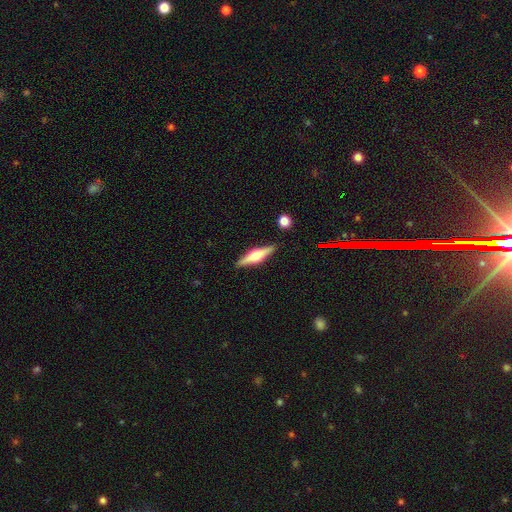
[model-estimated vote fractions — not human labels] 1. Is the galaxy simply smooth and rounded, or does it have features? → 62% featured or disk, 32% smooth, 6% star or artifact.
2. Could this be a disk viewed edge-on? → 96% yes, 4% no.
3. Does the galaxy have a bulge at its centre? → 90% rounded, 8% boxy, 3% none.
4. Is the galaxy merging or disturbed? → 88% none, 8% minor disturbance, 2% merger, 2% major disturbance.